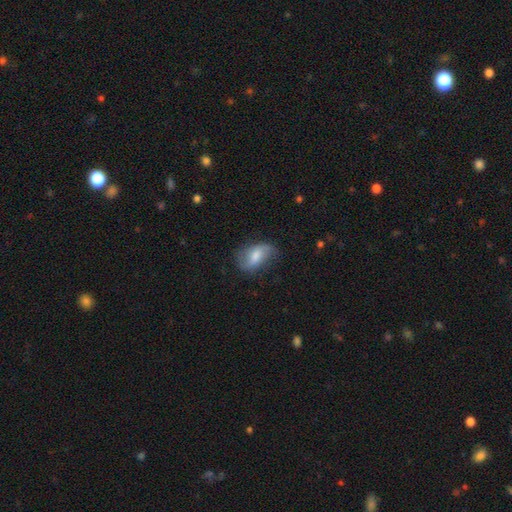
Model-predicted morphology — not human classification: Smooth or featured? Predicted: featured or disk (p=0.46, tied with smooth). Merging? Predicted: none (p=0.65).